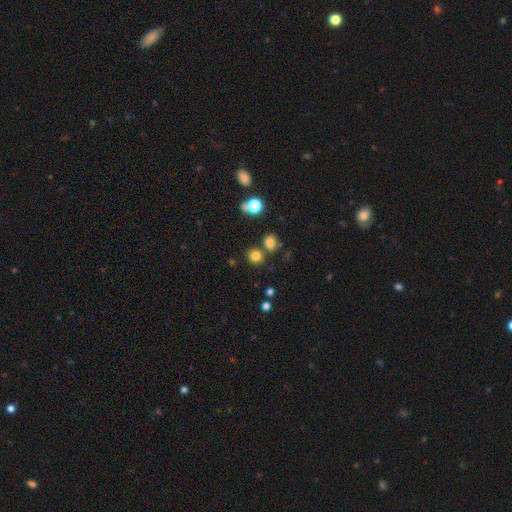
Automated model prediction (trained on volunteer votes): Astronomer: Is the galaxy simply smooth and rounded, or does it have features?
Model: smooth — 79%.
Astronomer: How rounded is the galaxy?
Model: round — 78%.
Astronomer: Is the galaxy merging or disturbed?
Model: none — 75%.